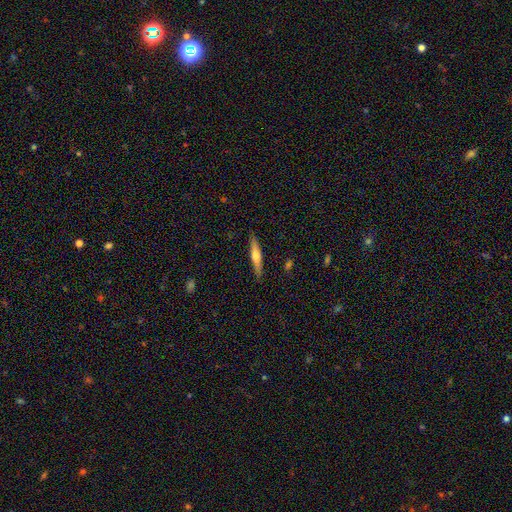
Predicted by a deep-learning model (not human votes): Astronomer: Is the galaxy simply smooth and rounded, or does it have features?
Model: smooth — 48% (runner-up: featured or disk, 46%).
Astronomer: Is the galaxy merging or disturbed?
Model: none — 88%.